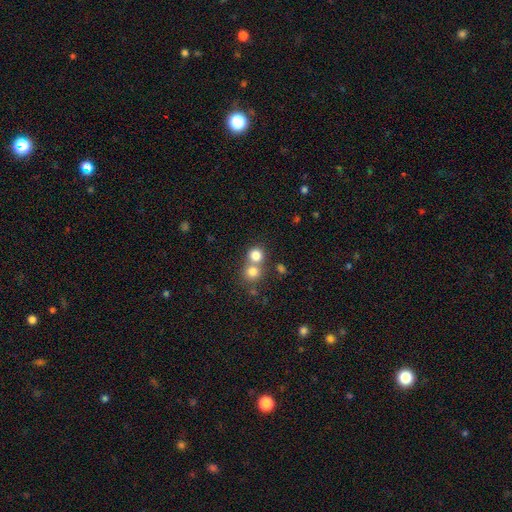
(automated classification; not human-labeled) smooth 79%, star or artifact 13%, featured or disk 9%. Down the decision tree: how rounded — round (84%); merging — none (47%).